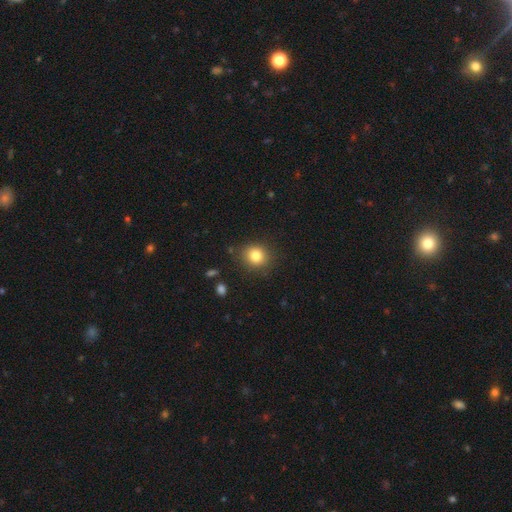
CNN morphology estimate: Smooth or featured? Predicted: smooth (p=0.83). How rounded? Predicted: round (p=0.80). Merging? Predicted: none (p=0.85).